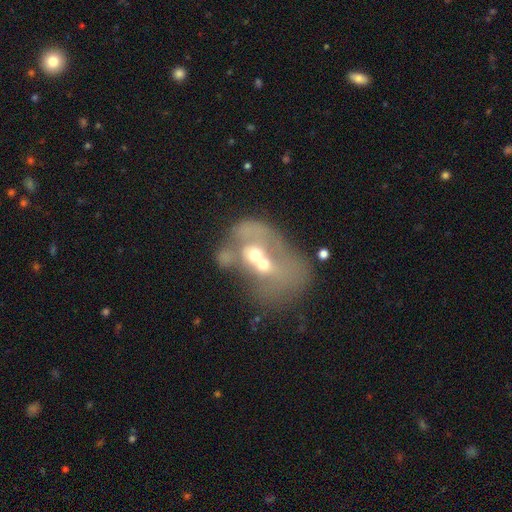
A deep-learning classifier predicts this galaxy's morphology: This appears to be a featured or disk galaxy (55%) with no bar (83%), no spiral arms (81%) and a moderate central bulge (56%). Merging: merger (71%).